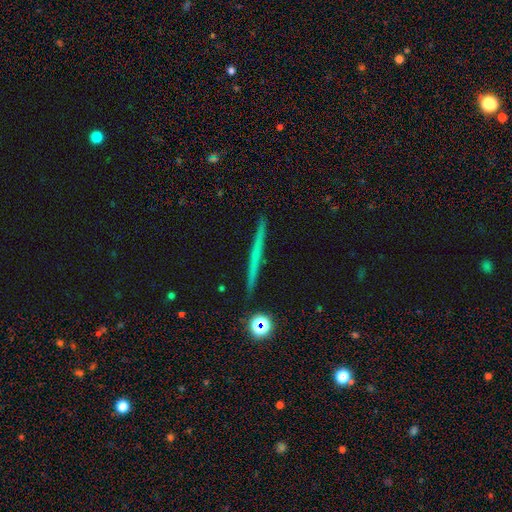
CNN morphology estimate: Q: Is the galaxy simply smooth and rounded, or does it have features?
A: featured or disk — 52%.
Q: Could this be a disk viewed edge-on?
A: yes — 97%.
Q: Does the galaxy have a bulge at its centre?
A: none — 90%.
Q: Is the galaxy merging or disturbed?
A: none — 92%.